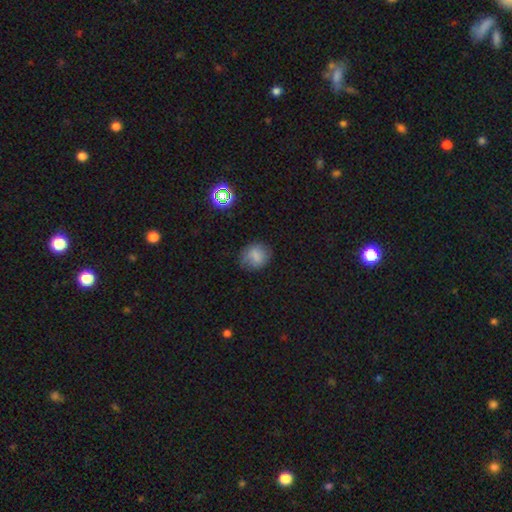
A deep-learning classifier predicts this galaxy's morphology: This is likely a smooth galaxy (76%). How rounded: likely round (67%). Merging: likely none (73%).